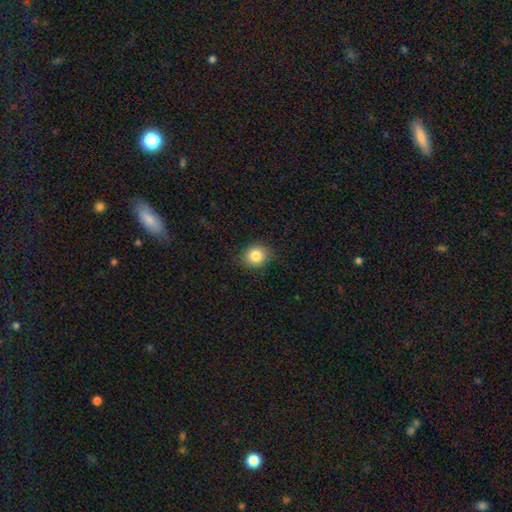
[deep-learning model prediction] smooth_or_featured: smooth (p=0.83) [alt: star or artifact p=0.10]
how_rounded: round (p=0.79) [alt: in between p=0.20]
merging: none (p=0.87) [alt: minor disturbance p=0.09]